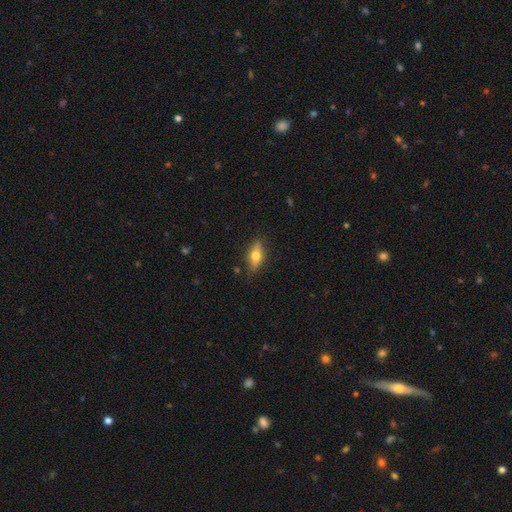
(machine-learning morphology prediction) smooth-or-featured: smooth: 54% | featured or disk: 39% | star or artifact: 7%
  how-rounded: in between: 66% | cigar-shaped: 29% | round: 5%
  merging: none: 83% | minor disturbance: 13% | major disturbance: 3% | merger: 1%